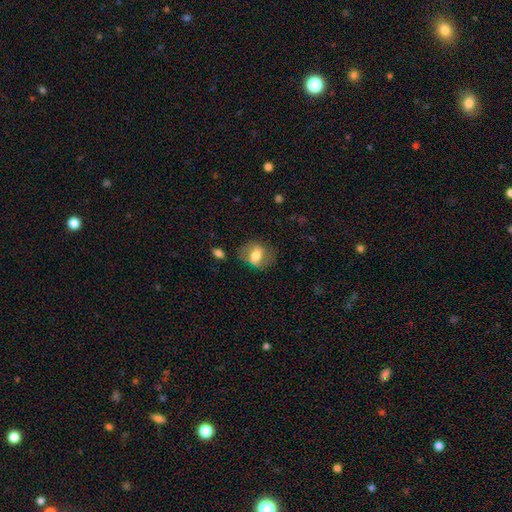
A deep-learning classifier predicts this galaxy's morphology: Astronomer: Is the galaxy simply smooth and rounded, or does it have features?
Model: smooth — 61%.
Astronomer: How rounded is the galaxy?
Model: in between — 64%.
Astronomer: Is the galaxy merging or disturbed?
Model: none — 69%.